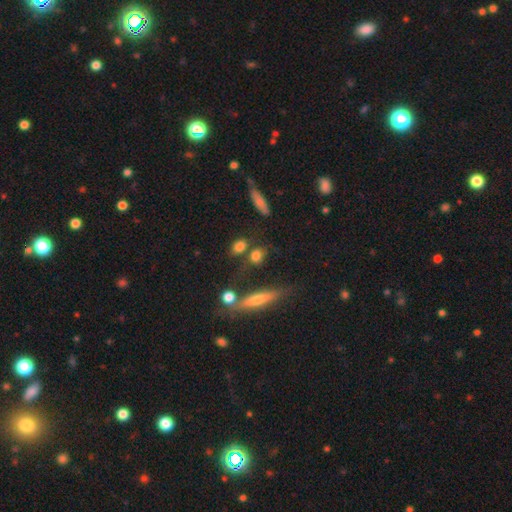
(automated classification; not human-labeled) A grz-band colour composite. It shows a smooth galaxy with no disk features (74%) that is in between round and cigar-shaped (45%). Merging: none (62%).